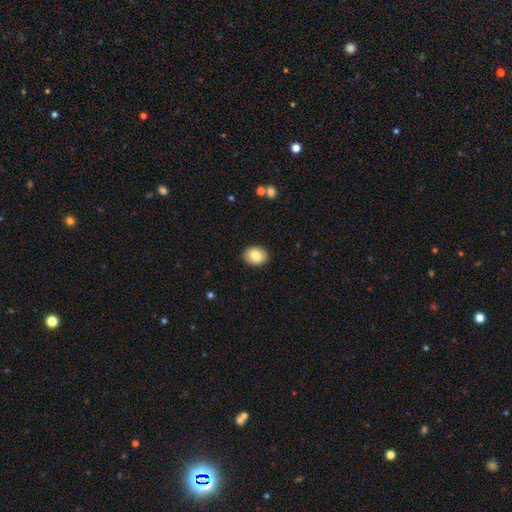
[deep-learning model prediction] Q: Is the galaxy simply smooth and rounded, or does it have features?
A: smooth — 84%.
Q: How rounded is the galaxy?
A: in between — 53%.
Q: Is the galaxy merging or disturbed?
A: none — 90%.